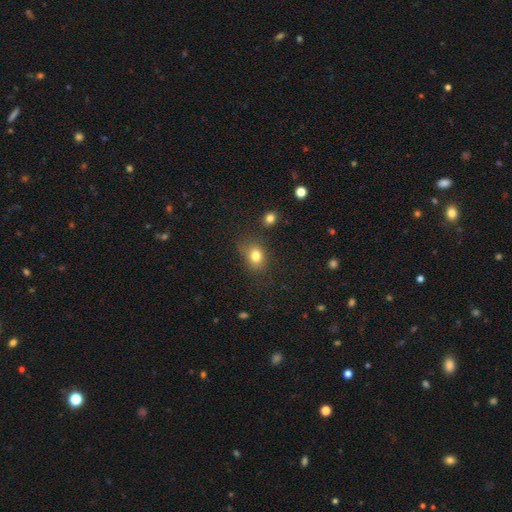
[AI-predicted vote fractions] This is likely a smooth galaxy (80%). How rounded: possibly in between (57%). Merging: likely none (69%).